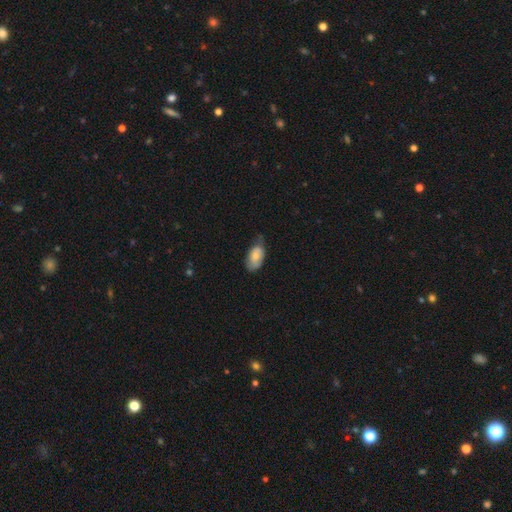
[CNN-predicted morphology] Smooth or featured? smooth (75%)
How rounded? in between (94%)
Merging? none (46%)